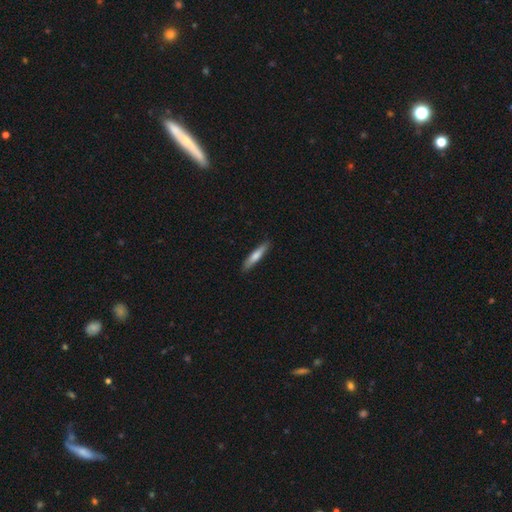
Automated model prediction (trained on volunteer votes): smooth-or-featured: smooth: 70% | featured or disk: 25% | star or artifact: 5%
  how-rounded: cigar-shaped: 88% | in between: 11% | round: 1%
  merging: none: 88% | minor disturbance: 9% | major disturbance: 2% | merger: 1%